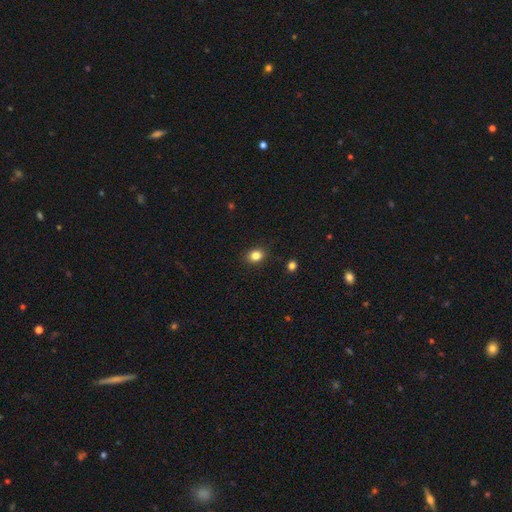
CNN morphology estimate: This is clearly a smooth galaxy (84%). How rounded: possibly round (52%). Merging: clearly none (89%).